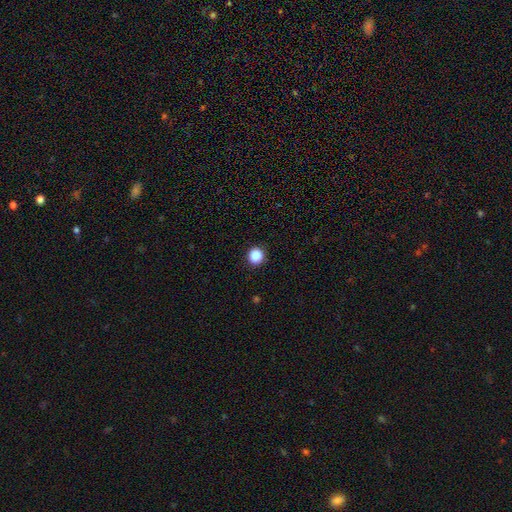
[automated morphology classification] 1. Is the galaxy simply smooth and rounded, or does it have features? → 88% smooth, 10% star or artifact, 2% featured or disk.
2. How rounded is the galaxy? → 93% round, 6% in between, 1% cigar-shaped.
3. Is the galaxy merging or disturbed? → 92% none, 5% minor disturbance, 2% major disturbance, 1% merger.